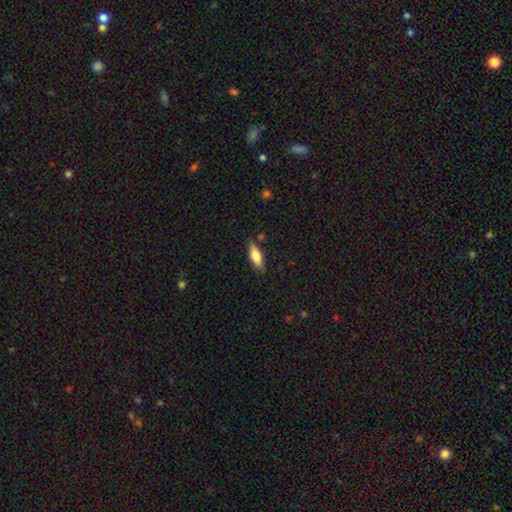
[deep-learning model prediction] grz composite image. It shows a smooth galaxy with no disk features (69%) that is in between round and cigar-shaped (65%). Merging: none (81%).